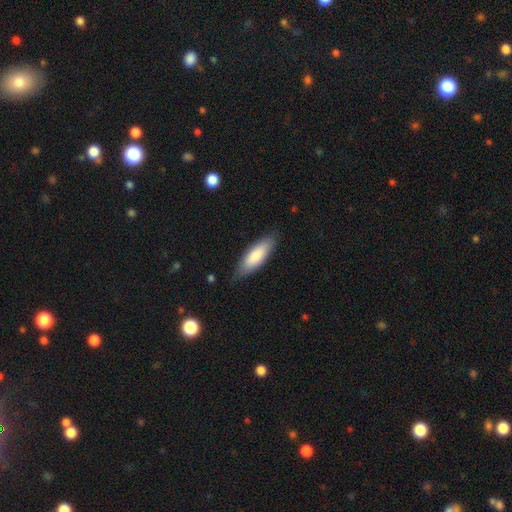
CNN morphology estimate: smooth_or_featured: smooth (p=0.81) [alt: featured or disk p=0.14]
how_rounded: in between (p=0.57) [alt: cigar-shaped p=0.42]
merging: none (p=0.81) [alt: minor disturbance p=0.15]